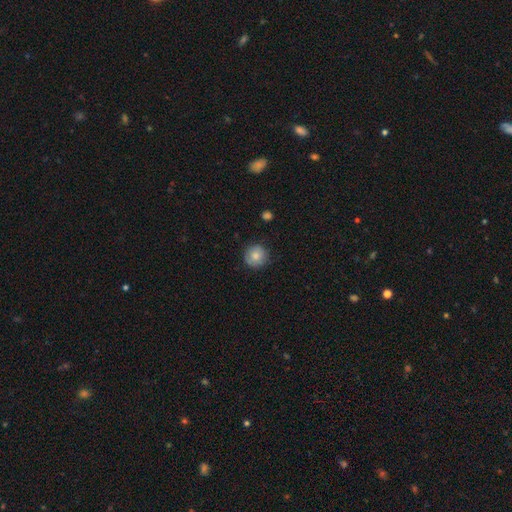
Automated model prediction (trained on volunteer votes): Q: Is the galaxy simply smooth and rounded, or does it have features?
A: smooth — 81%.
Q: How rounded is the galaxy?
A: round — 94%.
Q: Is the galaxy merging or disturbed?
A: none — 83%.